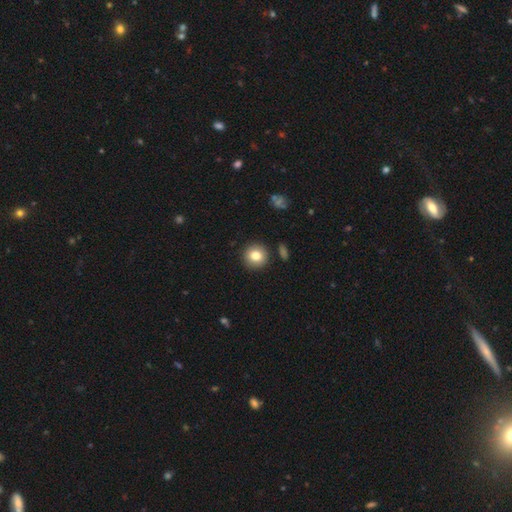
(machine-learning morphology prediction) The model was most divided on "smooth or featured": smooth: 82%, star or artifact: 9%, featured or disk: 9%. More confident: how rounded — round (92%); merging — none (89%).